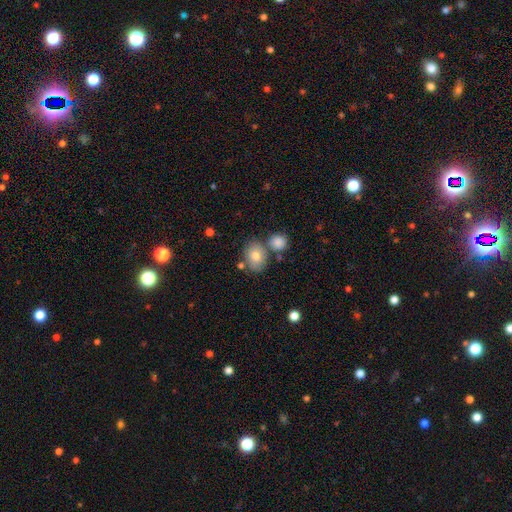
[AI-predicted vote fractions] Overall: smooth (78%). How rounded: in between (57%; round 42%). Merging: none (64%).